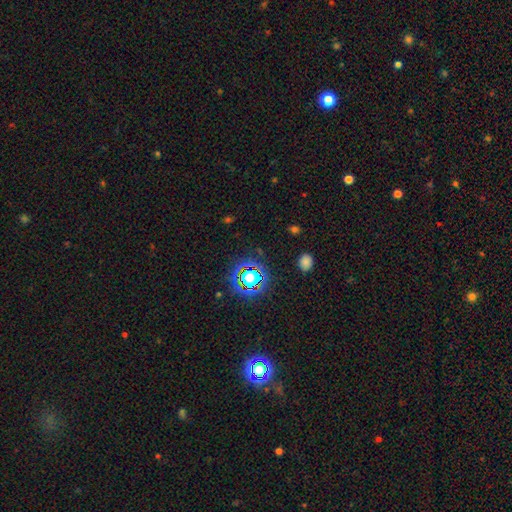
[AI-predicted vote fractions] A star or artifact, not a galaxy (77%).